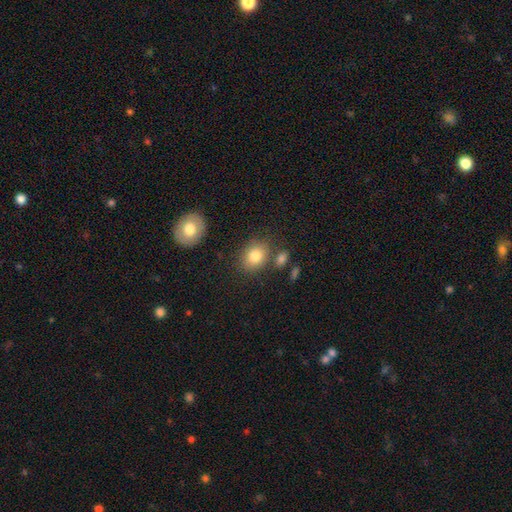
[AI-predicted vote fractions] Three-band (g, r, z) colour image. It shows a smooth galaxy with no disk features (82%) that is in between round and cigar-shaped (57%). Merging: none (73%).